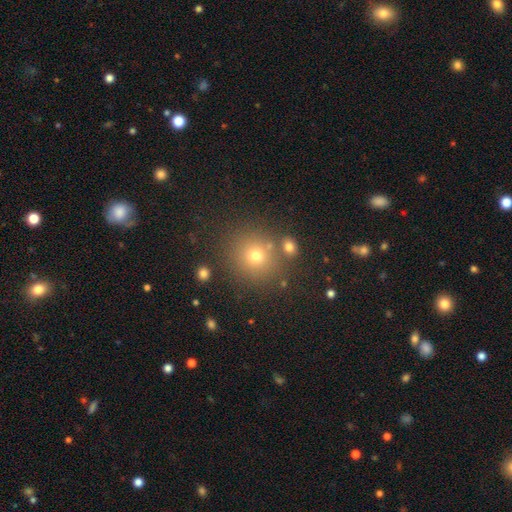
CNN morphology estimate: A smooth galaxy with no disk features (71%) that is round (87%). Merging: none (78%).